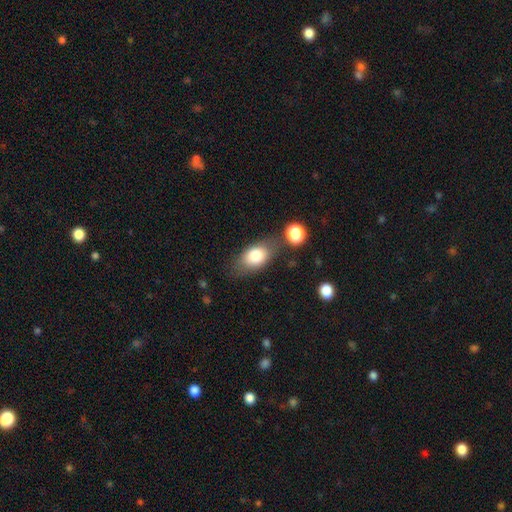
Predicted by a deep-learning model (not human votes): Morphology: type=smooth (78%); roundness=in between (85%); merging=none (66%).